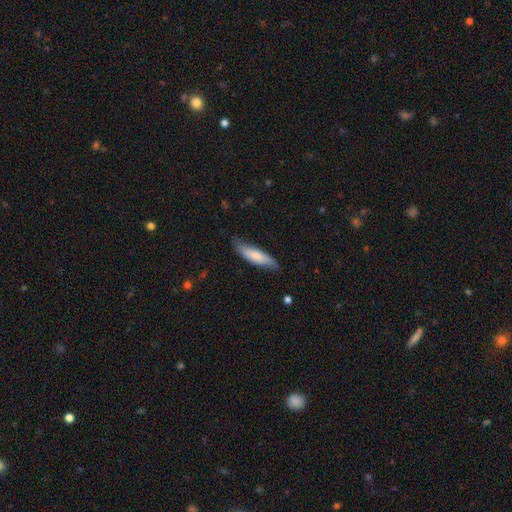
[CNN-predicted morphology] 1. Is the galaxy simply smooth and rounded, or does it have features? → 72% smooth, 23% featured or disk, 5% star or artifact.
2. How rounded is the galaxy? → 65% cigar-shaped, 33% in between, 2% round.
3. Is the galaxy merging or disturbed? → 75% none, 20% minor disturbance, 3% major disturbance, 1% merger.